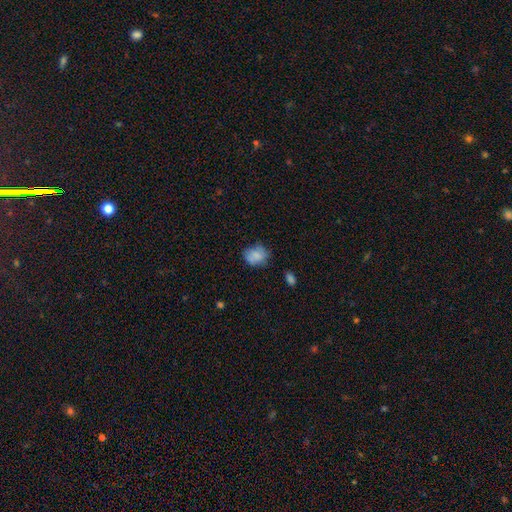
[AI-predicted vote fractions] smooth_or_featured: smooth (p=0.82) [alt: featured or disk p=0.09]
how_rounded: round (p=0.56) [alt: in between p=0.43]
merging: none (p=0.64) [alt: minor disturbance p=0.26]